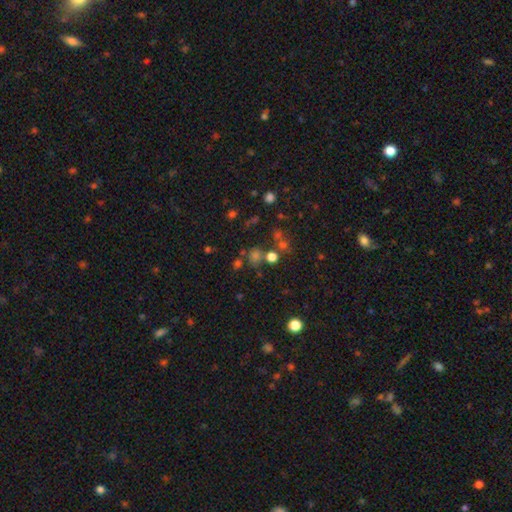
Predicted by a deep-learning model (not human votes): This appears to be a smooth galaxy with no disk features (49%). Merging: none (65%).